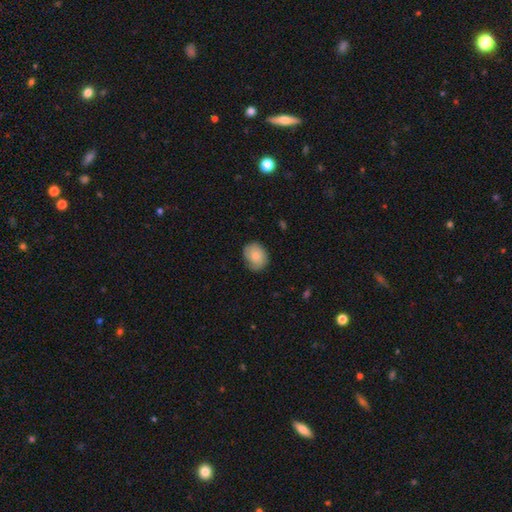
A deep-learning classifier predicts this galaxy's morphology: A smooth galaxy with no disk features (77%) that is round (58%). Merging: none (75%).